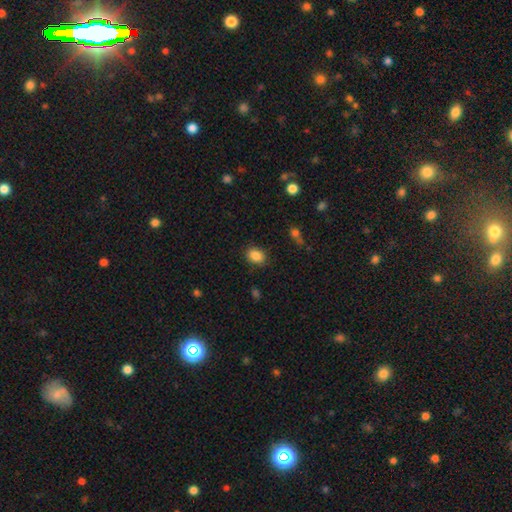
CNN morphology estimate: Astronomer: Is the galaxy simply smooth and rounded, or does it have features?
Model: smooth — 86%.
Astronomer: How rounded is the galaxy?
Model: in between — 67%.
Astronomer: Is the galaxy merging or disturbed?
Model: none — 84%.